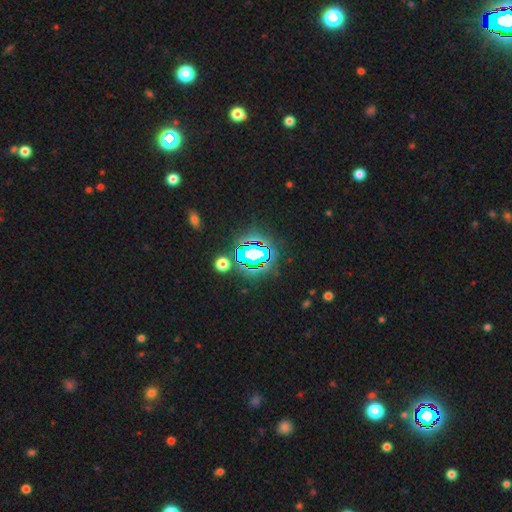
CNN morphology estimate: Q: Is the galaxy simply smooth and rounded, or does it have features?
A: star or artifact — 73%.